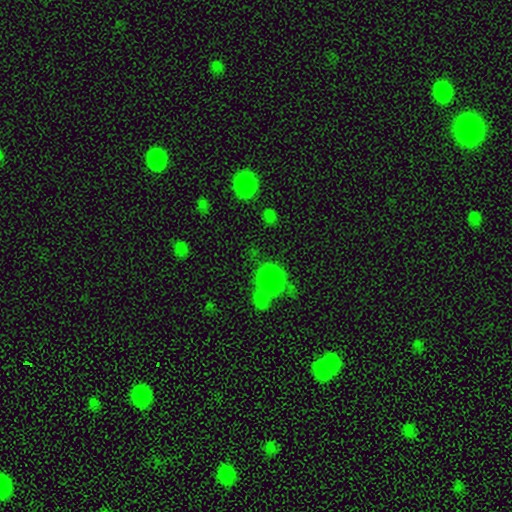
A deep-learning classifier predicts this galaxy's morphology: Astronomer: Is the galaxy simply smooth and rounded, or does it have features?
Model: smooth — 81%.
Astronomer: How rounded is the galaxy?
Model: round — 74%.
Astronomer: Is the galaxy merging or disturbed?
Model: none — 57%.